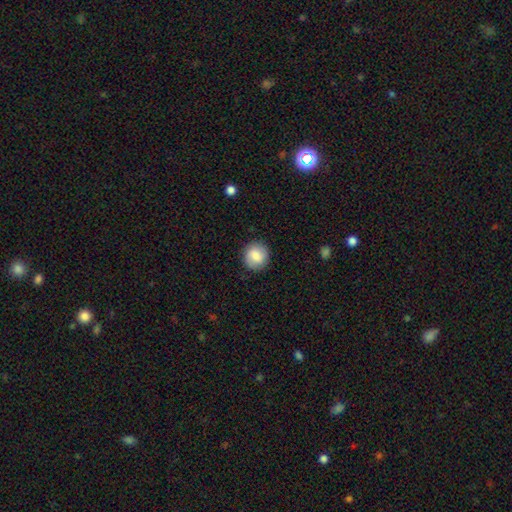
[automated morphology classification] Q: Smooth or featured?
A: smooth (78%); runner-up: featured or disk (14%)
Q: How rounded?
A: round (86%); runner-up: in between (13%)
Q: Merging?
A: none (87%); runner-up: minor disturbance (10%)